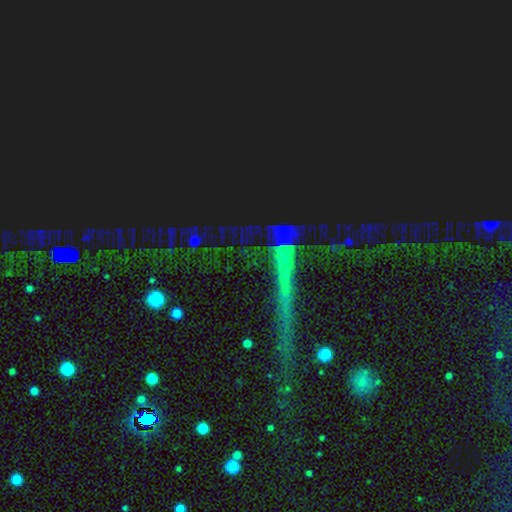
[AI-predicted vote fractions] This is likely a star or artifact rather than a galaxy (69%).